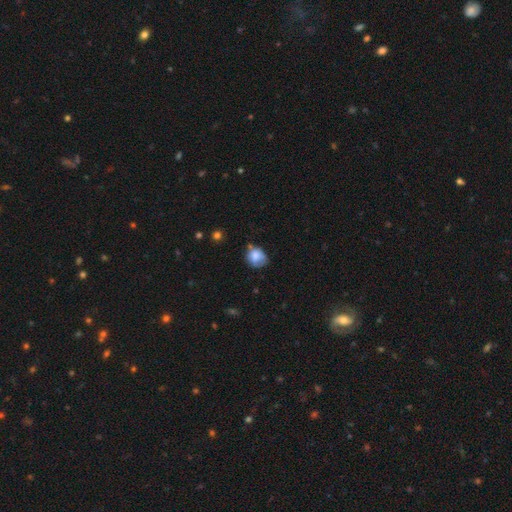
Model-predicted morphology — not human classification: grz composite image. It shows a smooth galaxy with no disk features (72%) that is round (65%). Merging: none (46%).